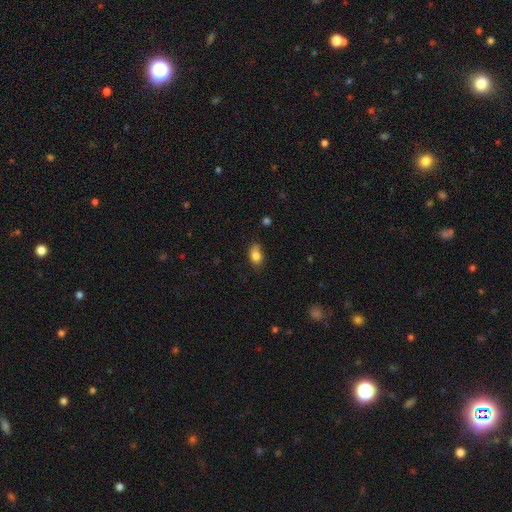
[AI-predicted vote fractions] The model was most divided on "merging": none: 68%, minor disturbance: 26%, major disturbance: 4%, merger: 2%. More confident: smooth or featured — smooth (83%); how rounded — in between (82%).